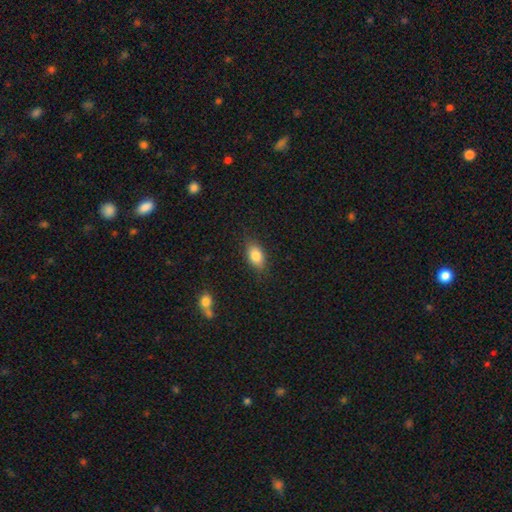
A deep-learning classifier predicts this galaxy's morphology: Smooth or featured?
  - smooth: 83% *
  - featured or disk: 9%
  - star or artifact: 8%
How rounded?
  - in between: 86% *
  - round: 10%
  - cigar-shaped: 4%
Merging?
  - none: 84% *
  - minor disturbance: 12%
  - major disturbance: 3%
  - merger: 1%